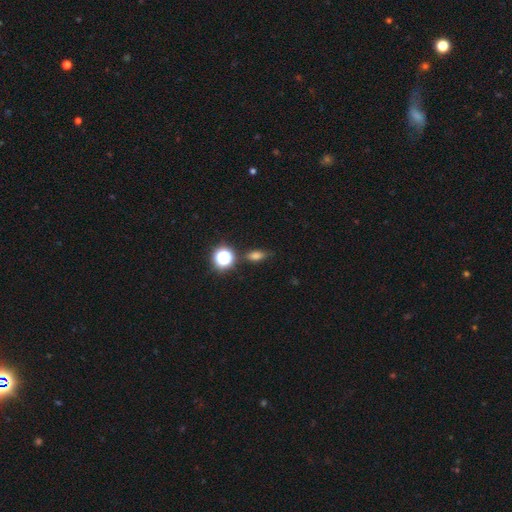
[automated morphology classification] smooth_or_featured: smooth (p=0.71) [alt: star or artifact p=0.20]
how_rounded: in between (p=0.69) [alt: round p=0.21]
merging: none (p=0.74) [alt: minor disturbance p=0.17]